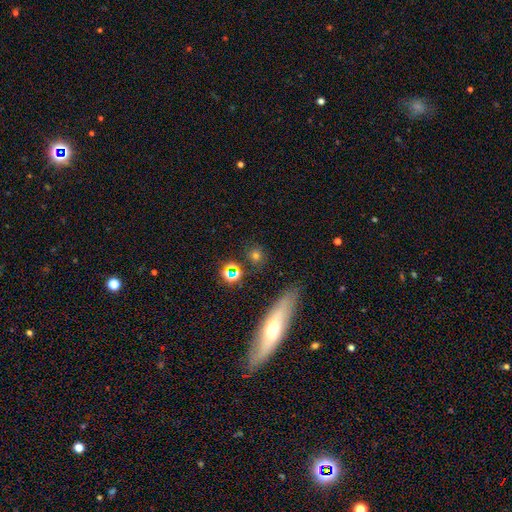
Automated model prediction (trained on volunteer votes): smooth 65%, star or artifact 26%, featured or disk 9%. Down the decision tree: how rounded — round (83%); merging — none (82%).